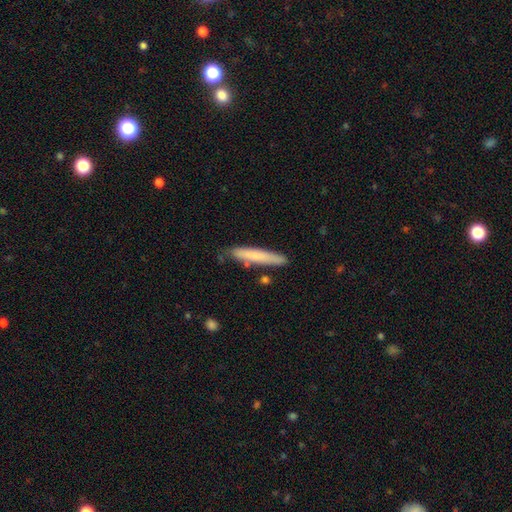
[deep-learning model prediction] Smooth or featured?
  - smooth: 73% *
  - featured or disk: 21%
  - star or artifact: 6%
How rounded?
  - cigar-shaped: 93% *
  - in between: 6%
  - round: 1%
Merging?
  - none: 80% *
  - minor disturbance: 14%
  - merger: 4%
  - major disturbance: 2%